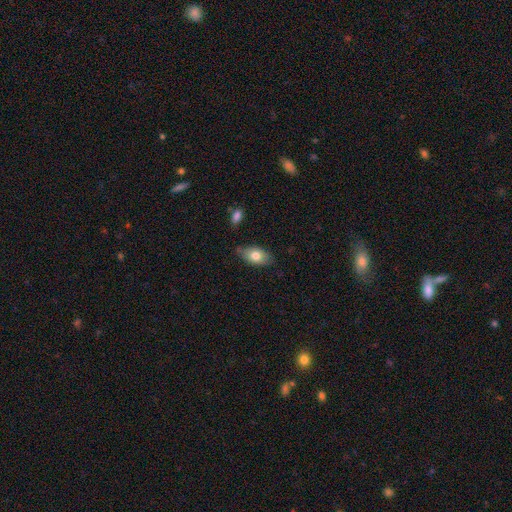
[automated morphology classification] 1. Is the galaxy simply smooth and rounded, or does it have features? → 77% smooth, 16% featured or disk, 7% star or artifact.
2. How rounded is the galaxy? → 90% in between, 7% round, 3% cigar-shaped.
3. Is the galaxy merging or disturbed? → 73% none, 21% minor disturbance, 3% major disturbance, 3% merger.